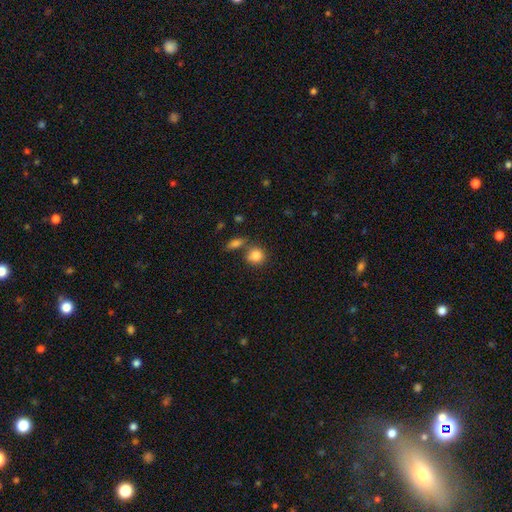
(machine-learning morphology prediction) This appears to be a smooth galaxy with no disk features (84%) that is round (83%). Merging: none (66%).